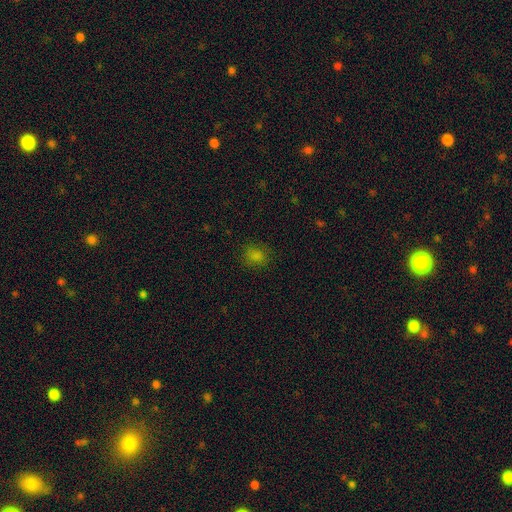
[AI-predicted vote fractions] Smooth or featured? Predicted: smooth (p=0.79). How rounded? Predicted: round (p=0.65). Merging? Predicted: none (p=0.81).